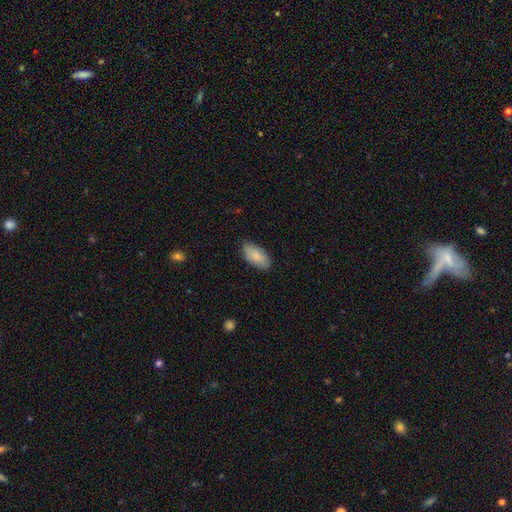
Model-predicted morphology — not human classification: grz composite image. It shows a smooth galaxy with no disk features (86%) that is in between round and cigar-shaped (94%). Merging: none (85%).